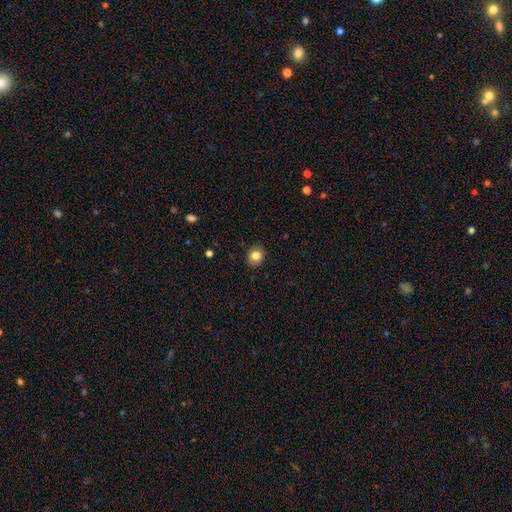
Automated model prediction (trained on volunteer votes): This appears to be a smooth galaxy with no disk features (82%) that is round (63%). Merging: none (88%).